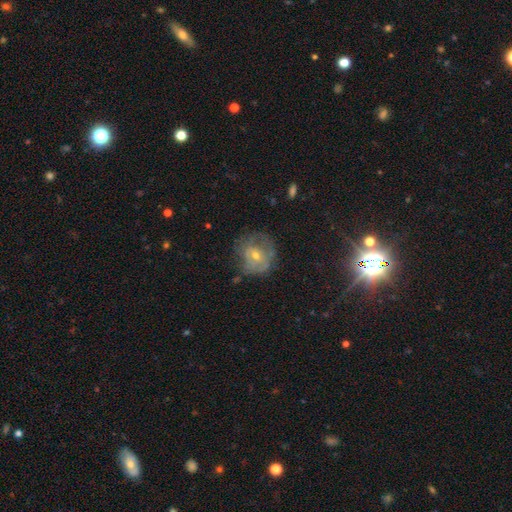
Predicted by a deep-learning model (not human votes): A featured or disk galaxy (54%) with no bar (66%), spiral arms (56%) and a small central bulge (51%). Merging: none (58%).